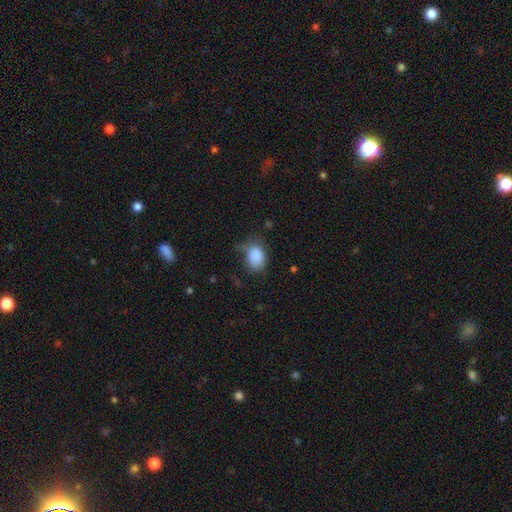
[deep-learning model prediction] Overall: smooth (85%). How rounded: in between (68%; round 31%). Merging: none (46%; minor disturbance 34%).